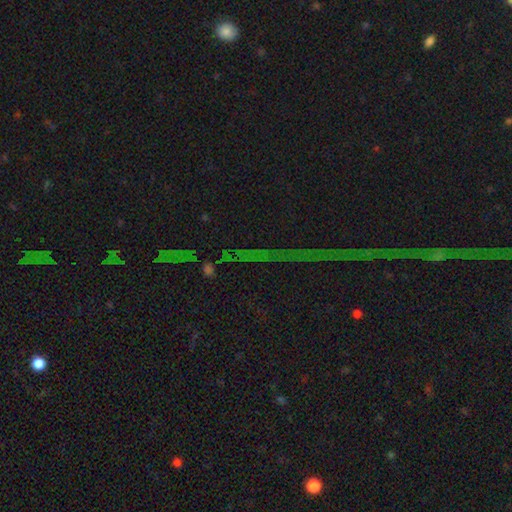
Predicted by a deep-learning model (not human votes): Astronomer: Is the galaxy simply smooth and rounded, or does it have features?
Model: star or artifact — 81%.